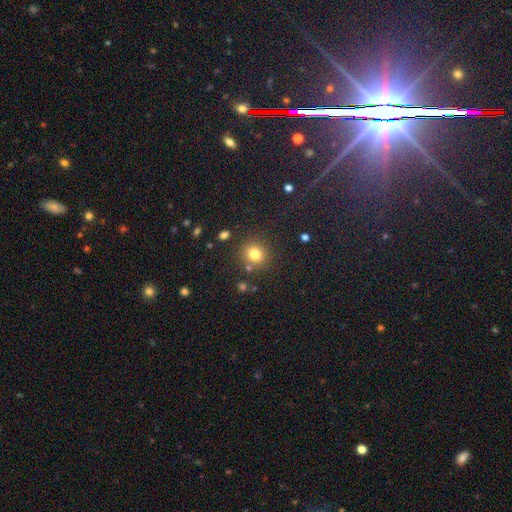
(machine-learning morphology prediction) smooth-or-featured: smooth: 79% | star or artifact: 14% | featured or disk: 7%
  how-rounded: round: 86% | in between: 13% | cigar-shaped: 1%
  merging: none: 84% | minor disturbance: 8% | merger: 5% | major disturbance: 3%